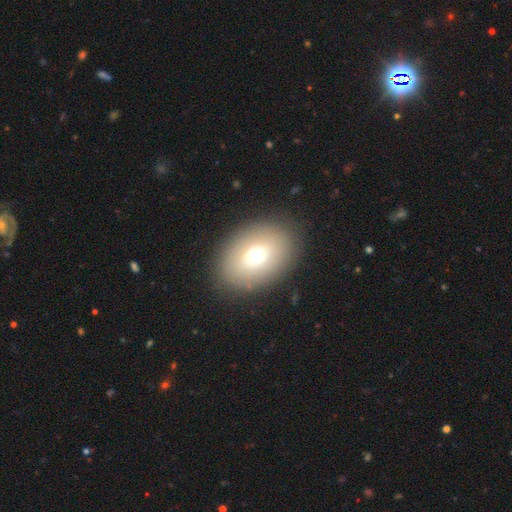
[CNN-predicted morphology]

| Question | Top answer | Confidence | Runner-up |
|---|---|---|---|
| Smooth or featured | smooth | 69% | featured or disk (20%) |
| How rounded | in between | 75% | round (24%) |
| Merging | none | 87% | minor disturbance (8%) |